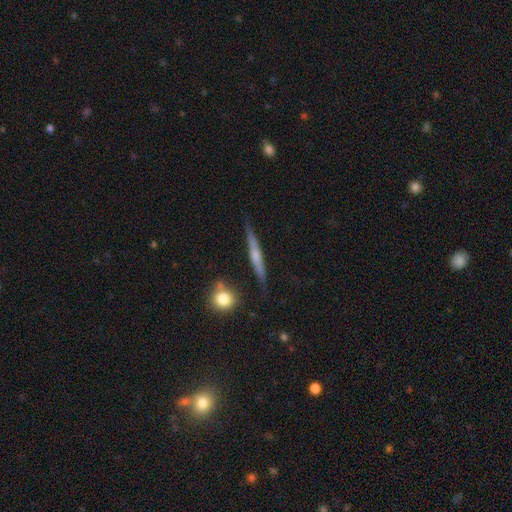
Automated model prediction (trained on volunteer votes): The model was most divided on "edge-on bulge": rounded: 56%, none: 33%, boxy: 11%. More confident: edge-on disk — yes (95%); merging — none (83%); smooth or featured — featured or disk (59%).